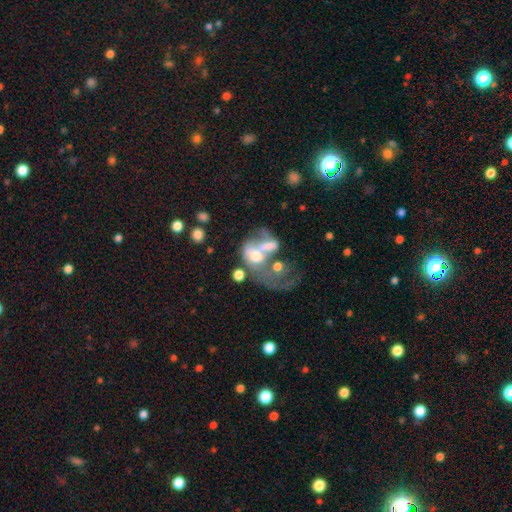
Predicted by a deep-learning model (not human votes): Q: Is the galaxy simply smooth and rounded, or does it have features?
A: featured or disk — 45%.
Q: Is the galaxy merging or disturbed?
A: merger — 56%.